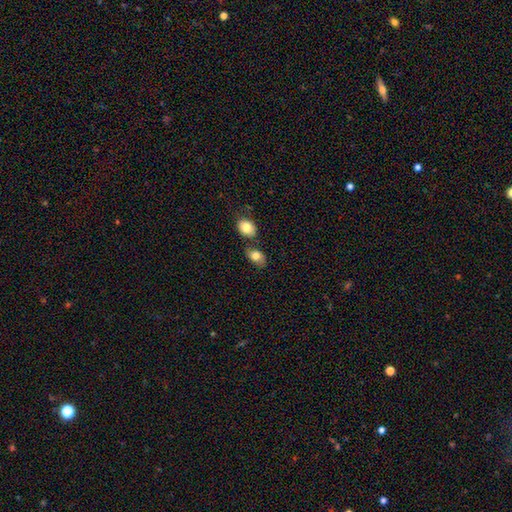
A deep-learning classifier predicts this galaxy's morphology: smooth 78%, featured or disk 14%, star or artifact 8%. Down the decision tree: how rounded — in between (81%); merging — none (58%).